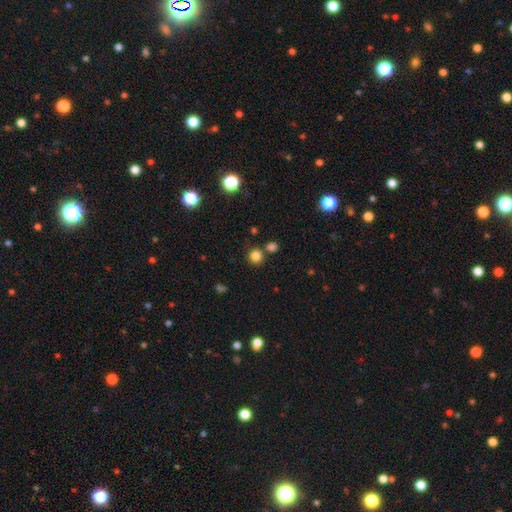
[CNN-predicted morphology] Smooth or featured? Predicted: smooth (p=0.81). How rounded? Predicted: round (p=0.91). Merging? Predicted: none (p=0.77).